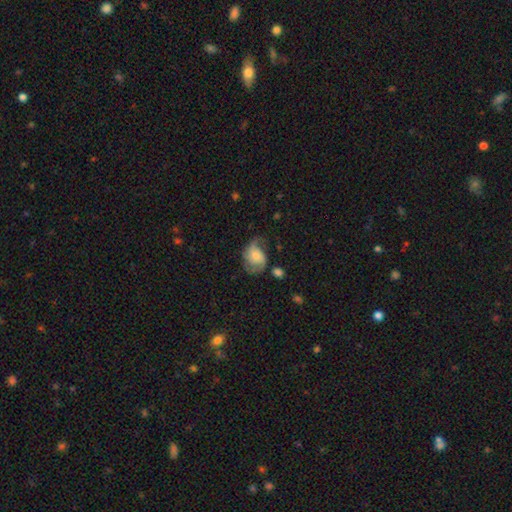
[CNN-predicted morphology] Smooth or featured: featured or disk — 59% (smooth — 33%)
Edge-on disk: no — 97% (yes — 3%)
Bar: no — 68% (weak — 26%)
Spiral arms: yes — 86% (no — 14%)
Bulge size: small — 51% (moderate — 39%)
Merging: none — 44% (minor disturbance — 29%)